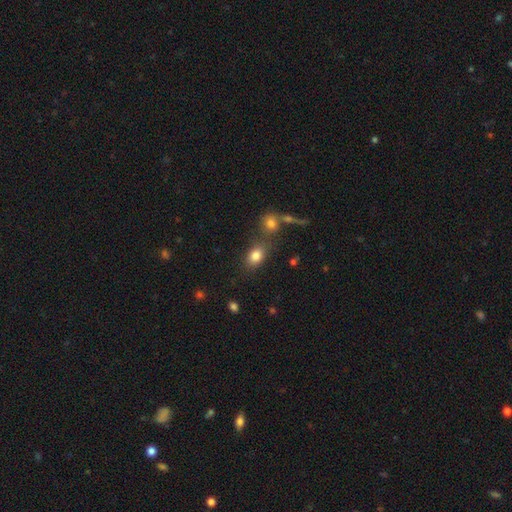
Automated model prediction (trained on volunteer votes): Smooth or featured?
  - smooth: 81% *
  - star or artifact: 11%
  - featured or disk: 8%
How rounded?
  - in between: 74% *
  - round: 24%
  - cigar-shaped: 2%
Merging?
  - none: 64% *
  - merger: 18%
  - minor disturbance: 12%
  - major disturbance: 5%